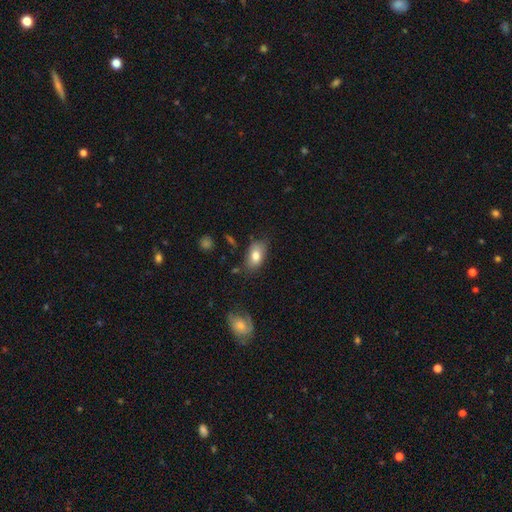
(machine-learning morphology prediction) A smooth galaxy with no disk features (79%) that is in between round and cigar-shaped (90%).

Vote fractions:
- Smooth or featured? smooth: 79% / featured or disk: 13% / star or artifact: 8%
- How rounded? in between: 90% / round: 8% / cigar-shaped: 2%
- Merging? none: 74% / minor disturbance: 19% / major disturbance: 4% / merger: 3%